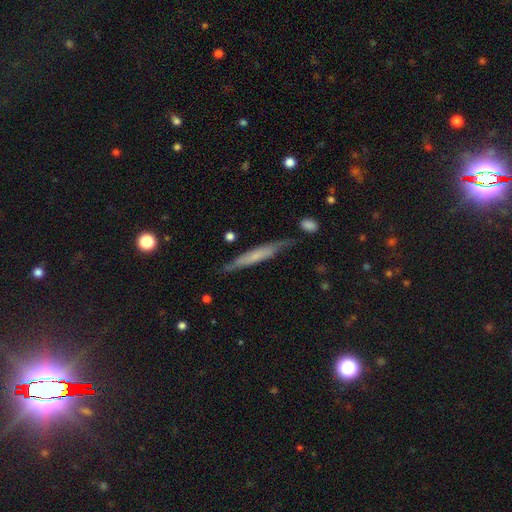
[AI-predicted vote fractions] smooth-or-featured: smooth: 48% | featured or disk: 45% | star or artifact: 6%
  merging: none: 71% | minor disturbance: 21% | major disturbance: 5% | merger: 3%